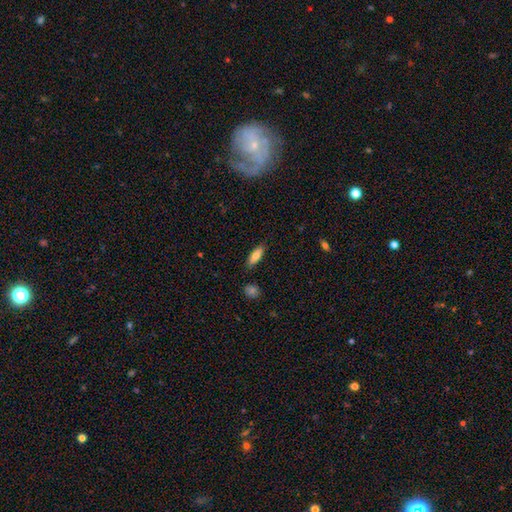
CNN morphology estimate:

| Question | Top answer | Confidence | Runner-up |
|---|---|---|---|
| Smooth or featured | smooth | 75% | featured or disk (18%) |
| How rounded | in between | 62% | cigar-shaped (35%) |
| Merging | none | 84% | minor disturbance (12%) |